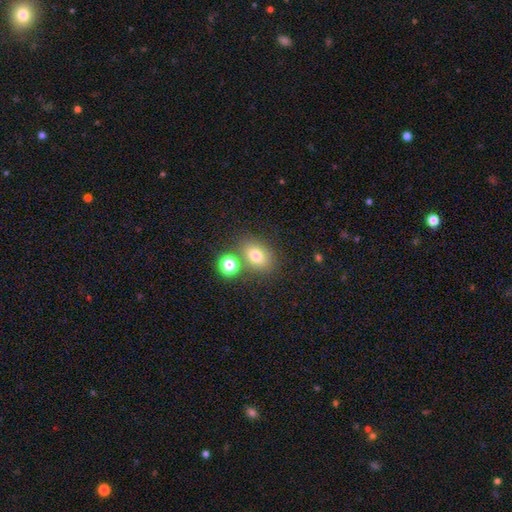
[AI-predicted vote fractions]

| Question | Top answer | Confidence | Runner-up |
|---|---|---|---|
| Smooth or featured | smooth | 75% | star or artifact (14%) |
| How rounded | in between | 61% | round (37%) |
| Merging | none | 69% | merger (15%) |